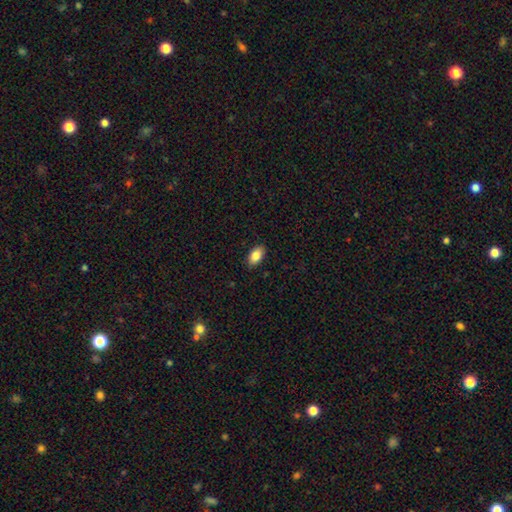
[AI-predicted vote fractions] This is clearly a smooth galaxy (84%). How rounded: clearly in between (93%). Merging: clearly none (89%).